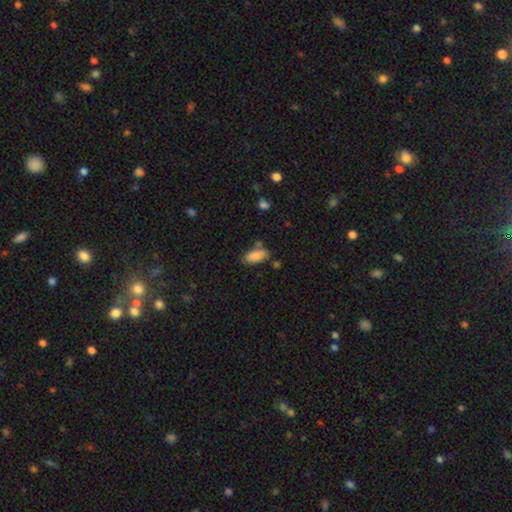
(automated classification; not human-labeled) Smooth or featured?
  - smooth: 87% *
  - star or artifact: 7%
  - featured or disk: 6%
How rounded?
  - in between: 91% *
  - cigar-shaped: 6%
  - round: 2%
Merging?
  - none: 68% *
  - minor disturbance: 18%
  - merger: 9%
  - major disturbance: 5%